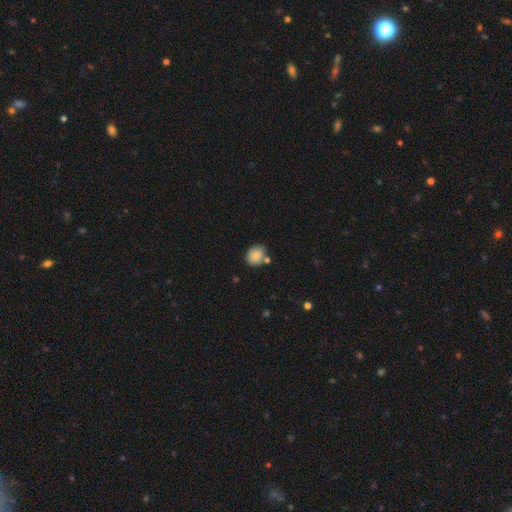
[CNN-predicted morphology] Q: Smooth or featured?
A: smooth (83%); runner-up: featured or disk (9%)
Q: How rounded?
A: round (69%); runner-up: in between (30%)
Q: Merging?
A: none (71%); runner-up: minor disturbance (15%)